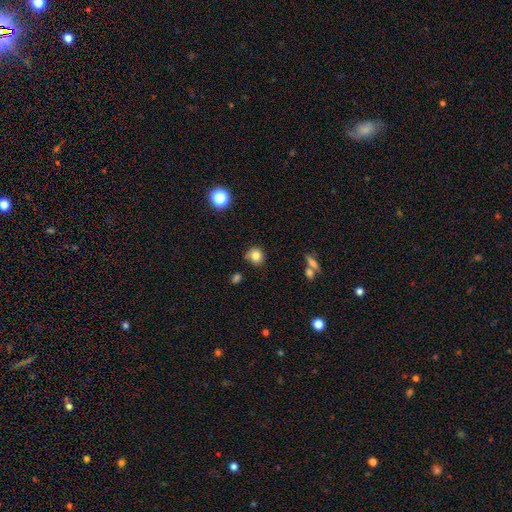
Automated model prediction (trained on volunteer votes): Smooth or featured: smooth — 80% (star or artifact — 12%)
How rounded: round — 84% (in between — 15%)
Merging: none — 68% (minor disturbance — 22%)